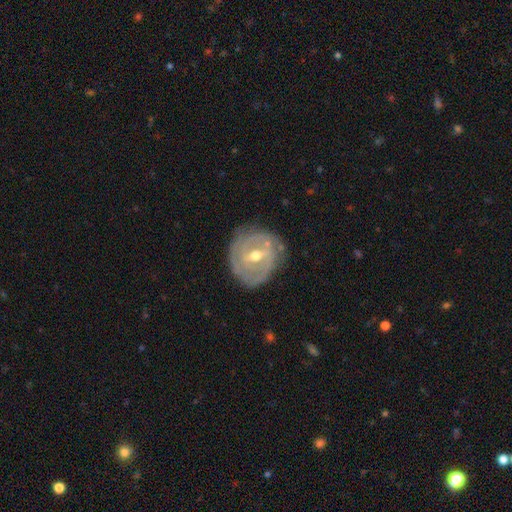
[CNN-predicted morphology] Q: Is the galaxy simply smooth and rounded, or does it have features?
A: featured or disk — 84%.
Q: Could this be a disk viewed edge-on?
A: no — 96%.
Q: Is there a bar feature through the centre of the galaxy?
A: weak — 52%.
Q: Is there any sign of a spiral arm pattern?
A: yes — 87%.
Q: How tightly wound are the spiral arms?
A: tight — 69%.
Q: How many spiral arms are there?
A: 2 — 39%.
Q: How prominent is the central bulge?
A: moderate — 65%.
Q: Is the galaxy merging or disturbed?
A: none — 76%.